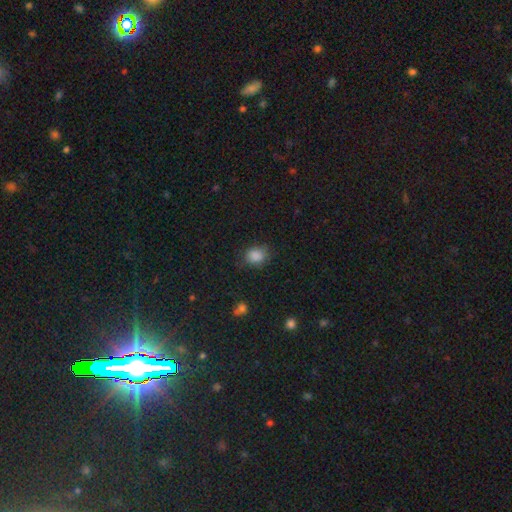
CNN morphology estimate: type=smooth (85%); roundness=round (57%); merging=none (75%).